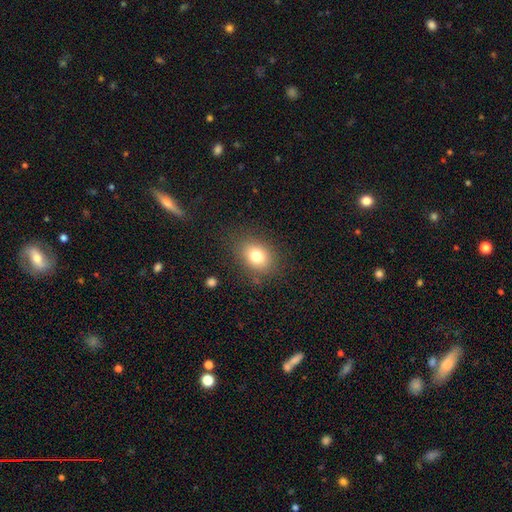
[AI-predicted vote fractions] Smooth or featured? smooth (76%)
How rounded? in between (53%)
Merging? none (85%)